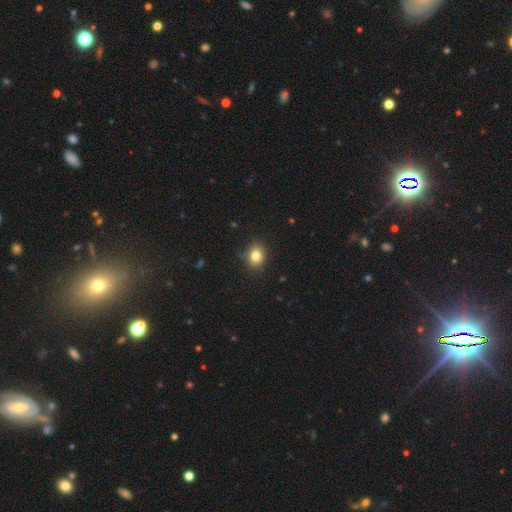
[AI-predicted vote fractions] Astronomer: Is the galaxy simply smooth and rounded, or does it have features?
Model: smooth — 82%.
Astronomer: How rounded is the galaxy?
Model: in between — 50% (runner-up: round, 49%).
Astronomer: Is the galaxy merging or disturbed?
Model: none — 84%.